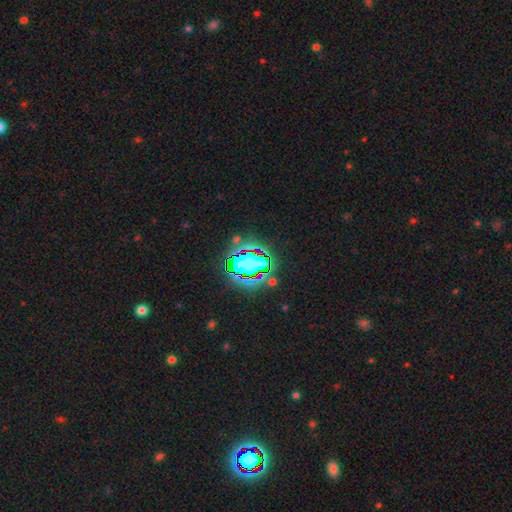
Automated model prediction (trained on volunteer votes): This appears to be a star or artifact, not a galaxy (66%).